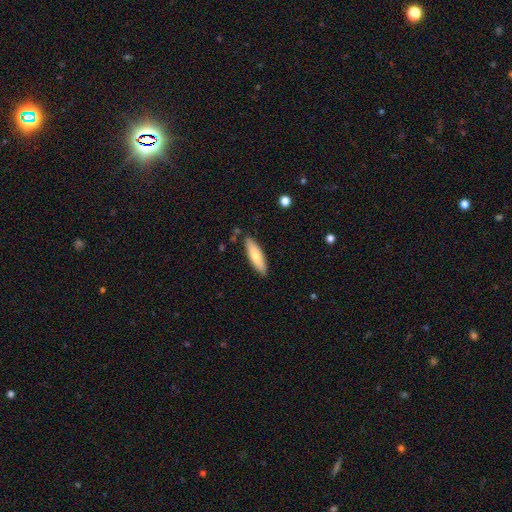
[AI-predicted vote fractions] The model was most divided on "how rounded": cigar-shaped: 59%, in between: 40%, round: 2%. More confident: merging — none (86%); smooth or featured — smooth (72%).